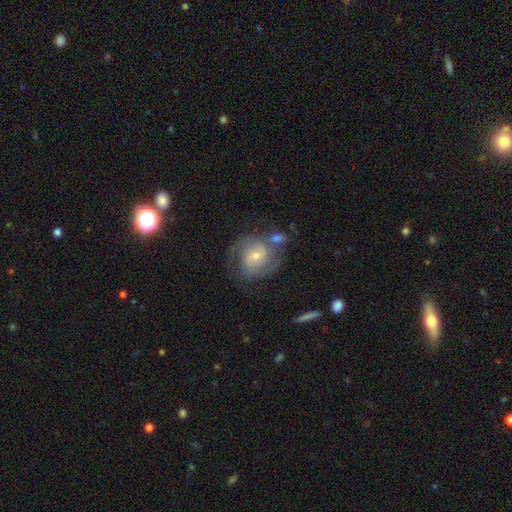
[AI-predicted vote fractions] smooth_or_featured: featured or disk (p=0.77) [alt: smooth p=0.17]
disk_edge_on: no (p=0.98) [alt: yes p=0.02]
bar: no (p=0.57) [alt: weak p=0.36]
has_spiral_arms: yes (p=0.92) [alt: no p=0.08]
spiral_winding: medium (p=0.45) [alt: tight p=0.41]
spiral_arm_count: 2 (p=0.70) [alt: can't tell p=0.14]
bulge_size: small (p=0.53) [alt: moderate p=0.42]
merging: none (p=0.53) [alt: merger p=0.20]